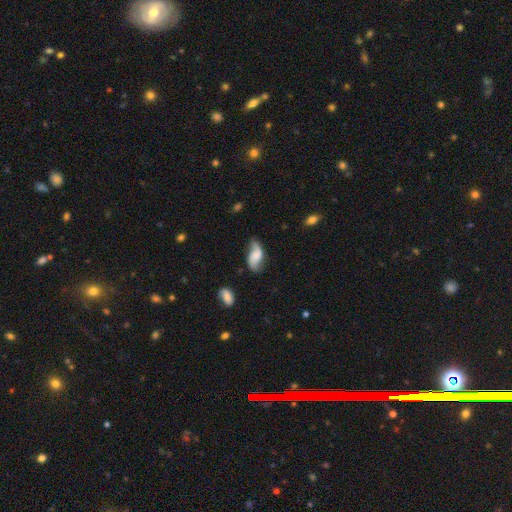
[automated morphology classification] Smooth or featured? featured or disk (64%)
Edge-on disk? no (95%)
Bar? no (56%)
Spiral arms? yes (93%)
Spiral winding? loose (68%)
Spiral arm count? 2 (88%)
Bulge size? none (34%)
Merging? none (65%)